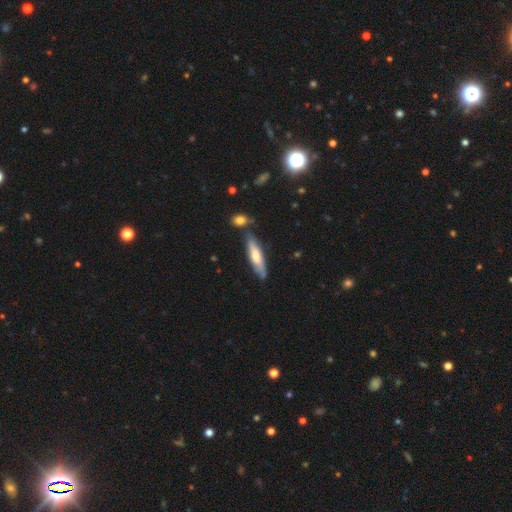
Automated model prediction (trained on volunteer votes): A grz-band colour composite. It shows a smooth galaxy with no disk features (53%) that is cigar-shaped (74%). Merging: none (74%).